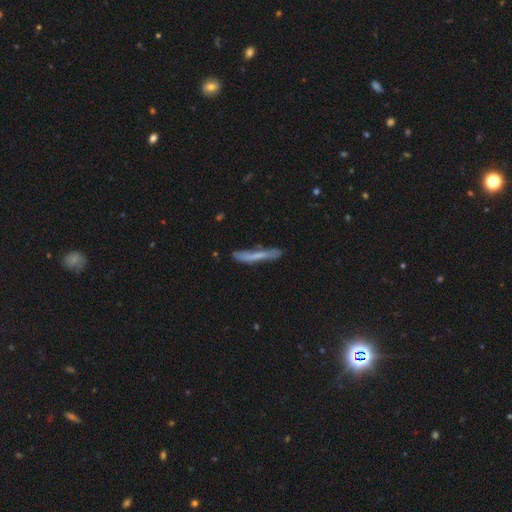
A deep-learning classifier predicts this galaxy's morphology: Smooth or featured?
  - smooth: 57% *
  - featured or disk: 35%
  - star or artifact: 8%
How rounded?
  - cigar-shaped: 94% *
  - in between: 5%
  - round: 1%
Merging?
  - none: 68% *
  - minor disturbance: 21%
  - major disturbance: 7%
  - merger: 4%